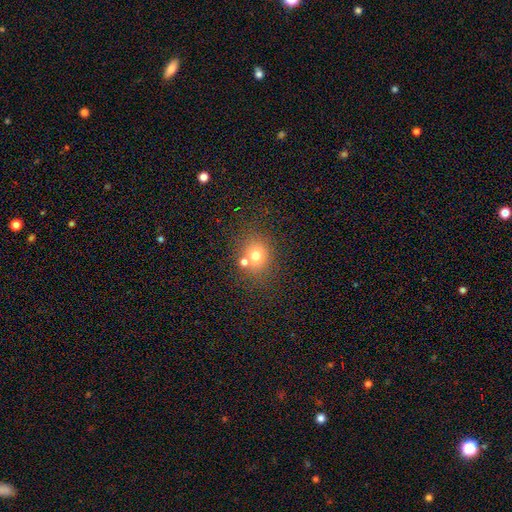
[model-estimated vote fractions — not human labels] A smooth galaxy with no disk features (72%) that is round (71%). Merging: none (62%).